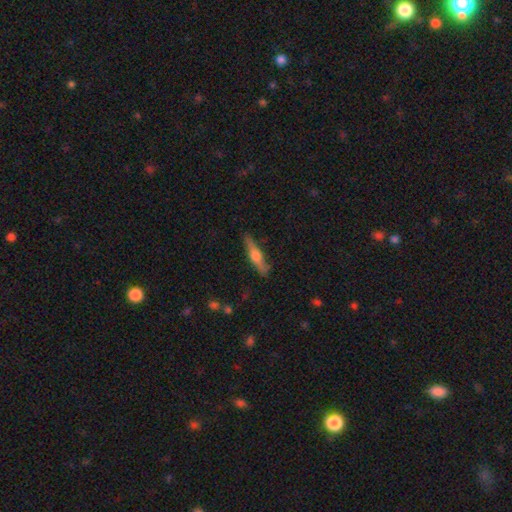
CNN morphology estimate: A featured or disk galaxy (54%) viewed edge-on (94%) with a rounded central bulge (89%). Merging: none (85%).